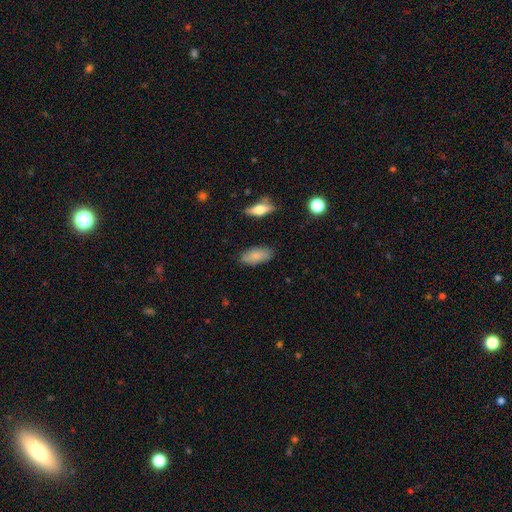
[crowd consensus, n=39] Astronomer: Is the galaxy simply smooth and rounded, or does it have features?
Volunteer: smooth — 82%.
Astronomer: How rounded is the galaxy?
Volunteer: in between — 97%.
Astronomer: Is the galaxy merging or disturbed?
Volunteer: none — 86%.